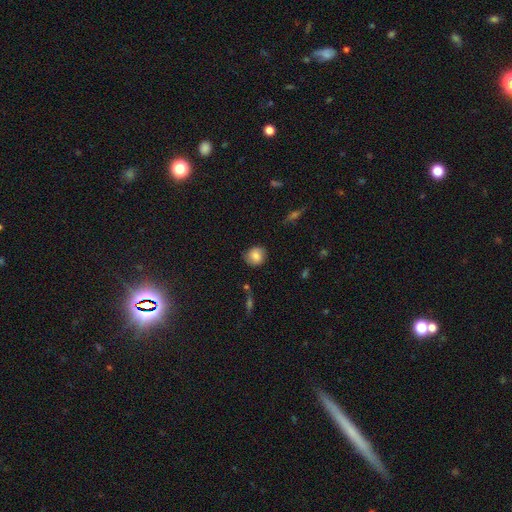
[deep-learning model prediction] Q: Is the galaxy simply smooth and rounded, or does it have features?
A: smooth — 76%.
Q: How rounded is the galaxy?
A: round — 84%.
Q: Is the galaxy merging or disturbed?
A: none — 81%.